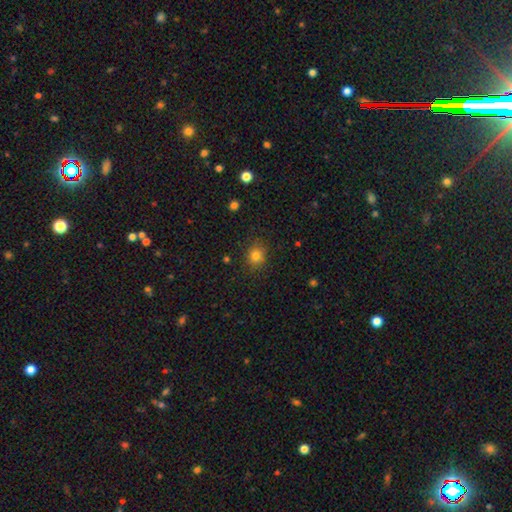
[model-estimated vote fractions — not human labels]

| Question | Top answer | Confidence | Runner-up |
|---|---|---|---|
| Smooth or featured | smooth | 80% | star or artifact (13%) |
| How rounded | round | 71% | in between (29%) |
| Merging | none | 84% | minor disturbance (11%) |